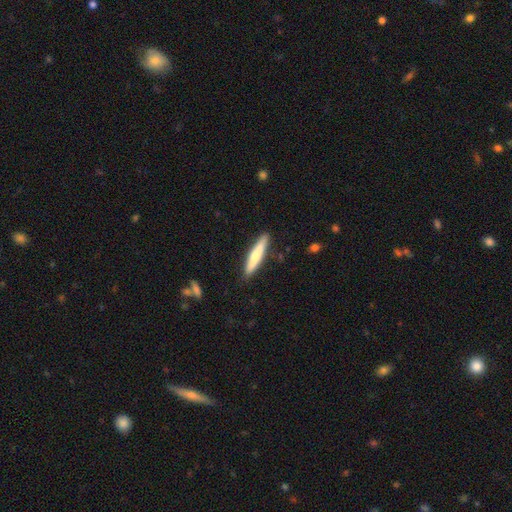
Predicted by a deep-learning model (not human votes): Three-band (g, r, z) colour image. It shows a smooth galaxy with no disk features (65%) that is cigar-shaped (90%). Merging: none (88%).